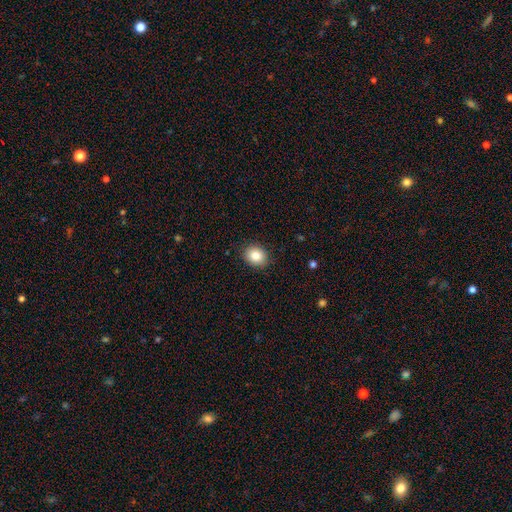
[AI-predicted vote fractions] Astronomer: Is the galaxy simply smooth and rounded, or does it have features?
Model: smooth — 85%.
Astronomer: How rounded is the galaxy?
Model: round — 61% (runner-up: in between, 38%).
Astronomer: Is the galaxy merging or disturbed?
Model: none — 89%.